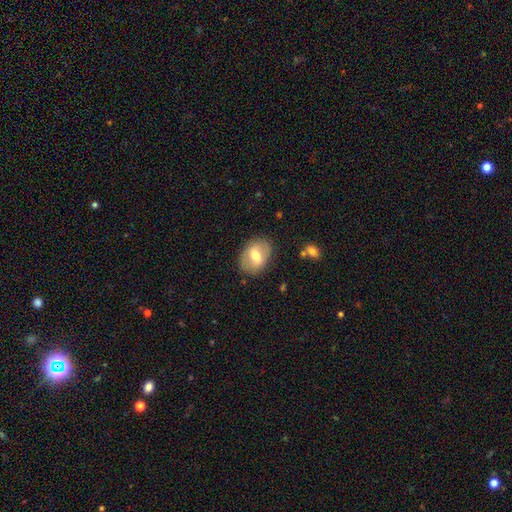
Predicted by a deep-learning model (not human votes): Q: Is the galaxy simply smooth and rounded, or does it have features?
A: smooth — 57%.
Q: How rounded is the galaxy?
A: in between — 70%.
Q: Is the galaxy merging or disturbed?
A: none — 82%.